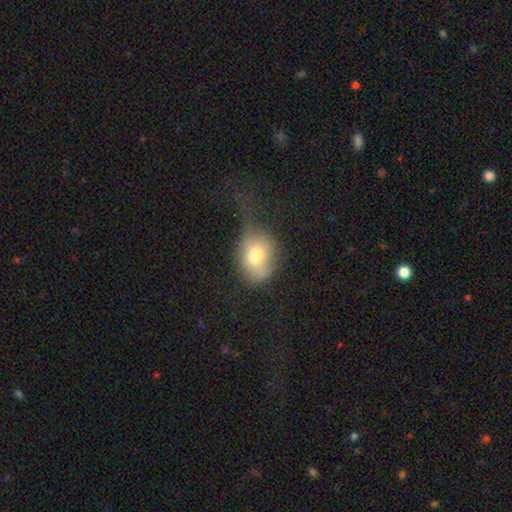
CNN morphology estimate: Smooth or featured? Predicted: smooth (p=0.73). How rounded? Predicted: in between (p=0.58). Merging? Predicted: minor disturbance (p=0.35).